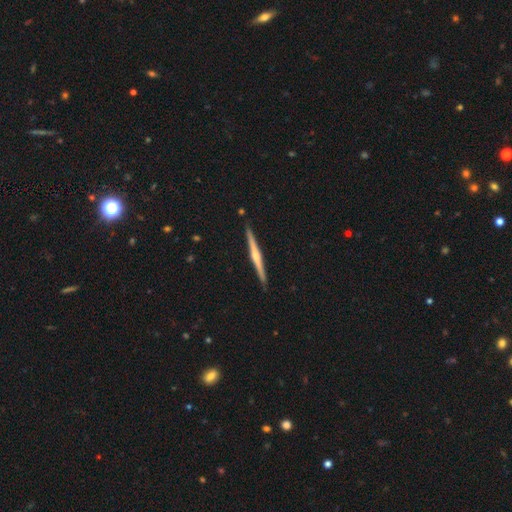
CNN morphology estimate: smooth_or_featured: featured or disk (p=0.74) [alt: smooth p=0.21]
disk_edge_on: yes (p=0.98) [alt: no p=0.02]
edge_on_bulge: rounded (p=0.76) [alt: none p=0.15]
merging: none (p=0.92) [alt: minor disturbance p=0.06]